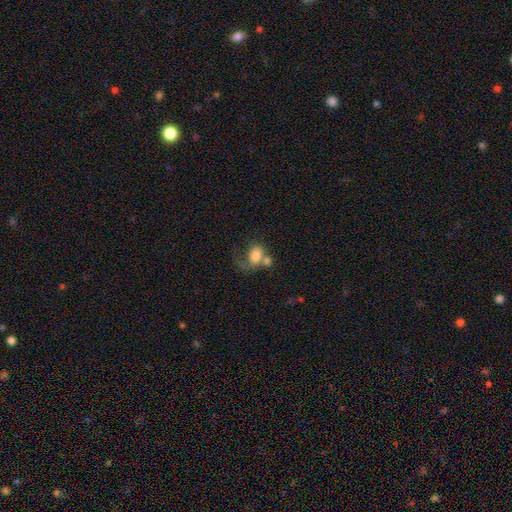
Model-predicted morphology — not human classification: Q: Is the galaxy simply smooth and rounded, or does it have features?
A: smooth — 71%.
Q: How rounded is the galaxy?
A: in between — 71%.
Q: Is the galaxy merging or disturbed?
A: merger — 49%.